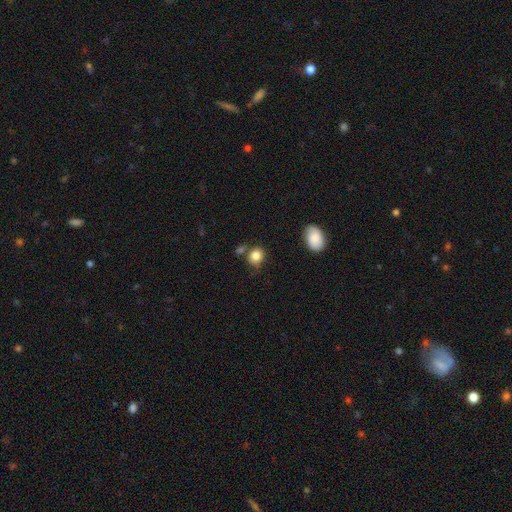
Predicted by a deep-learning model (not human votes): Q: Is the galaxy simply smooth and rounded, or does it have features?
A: smooth — 85%.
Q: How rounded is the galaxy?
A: round — 72%.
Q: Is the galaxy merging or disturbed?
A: none — 66%.